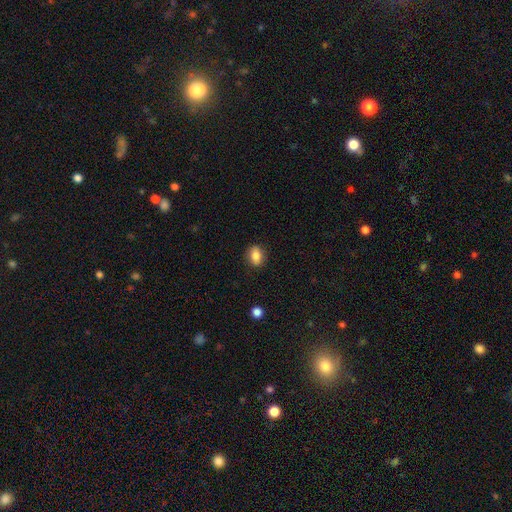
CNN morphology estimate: A smooth galaxy with no disk features (85%) that is in between round and cigar-shaped (68%). Merging: none (87%).